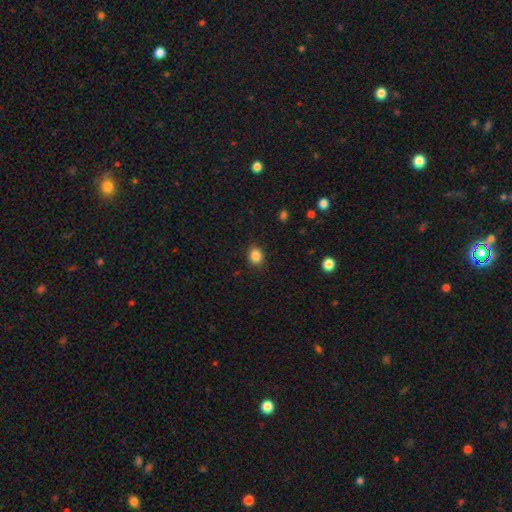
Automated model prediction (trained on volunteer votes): Smooth or featured? Predicted: smooth (p=0.86). How rounded? Predicted: round (p=0.63). Merging? Predicted: none (p=0.89).